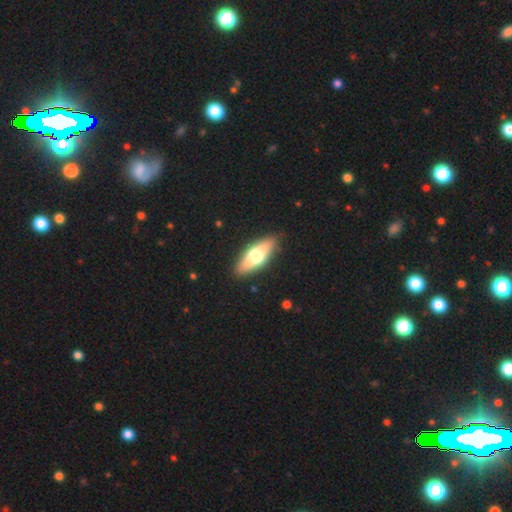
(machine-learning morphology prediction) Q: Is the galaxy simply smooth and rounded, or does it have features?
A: smooth — 57%.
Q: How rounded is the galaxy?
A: in between — 61%.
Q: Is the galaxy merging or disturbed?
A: none — 88%.